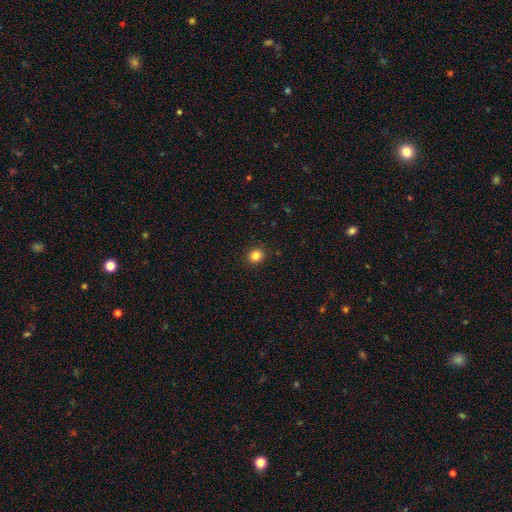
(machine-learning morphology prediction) smooth 84%, star or artifact 12%, featured or disk 4%. Down the decision tree: how rounded — round (88%); merging — none (92%).